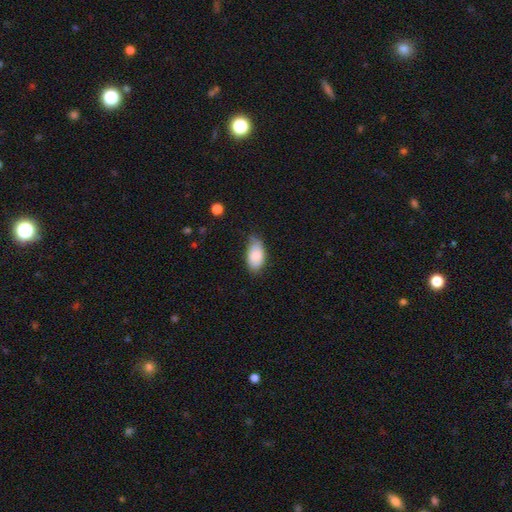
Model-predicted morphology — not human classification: Smooth or featured: smooth — 76% (featured or disk — 17%)
How rounded: in between — 94% (round — 4%)
Merging: none — 59% (minor disturbance — 33%)